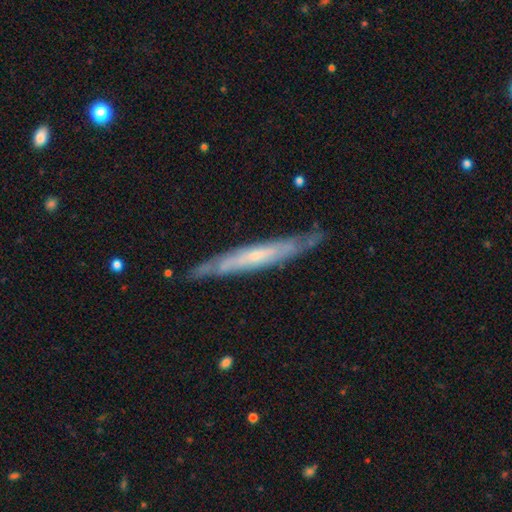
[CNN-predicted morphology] A featured or disk galaxy (69%) viewed edge-on (75%) with no central bulge (58%).

Vote fractions:
- Smooth or featured? featured or disk: 69% / smooth: 26% / star or artifact: 5%
- Edge-on disk? yes: 75% / no: 25%
- Edge-on bulge? none: 58% / rounded: 37% / boxy: 5%
- Merging? none: 79% / minor disturbance: 16% / major disturbance: 3% / merger: 2%